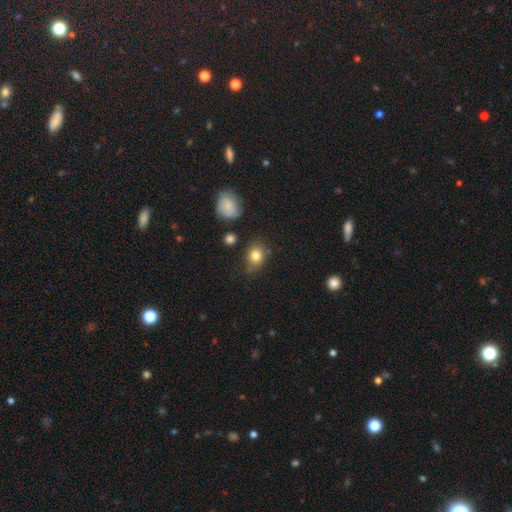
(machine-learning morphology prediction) Overall: smooth (81%). How rounded: in between (50%; round 49%). Merging: none (71%).